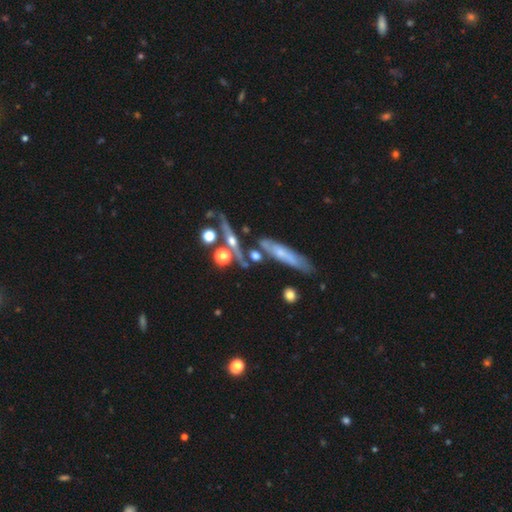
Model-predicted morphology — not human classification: Smooth or featured?
  - featured or disk: 52% *
  - smooth: 37%
  - star or artifact: 11%
Edge-on disk?
  - yes: 81% *
  - no: 19%
Merging?
  - none: 65% *
  - merger: 16%
  - minor disturbance: 14%
  - major disturbance: 5%